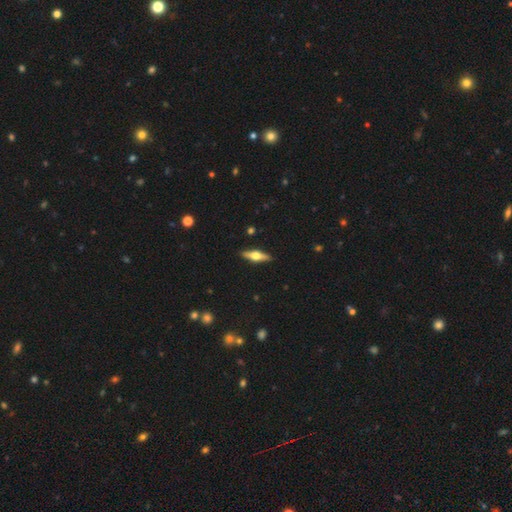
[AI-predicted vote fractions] Smooth or featured? Predicted: featured or disk (p=0.63). Edge-on disk? Predicted: yes (p=0.95). Edge-on bulge? Predicted: rounded (p=0.95). Merging? Predicted: none (p=0.91).